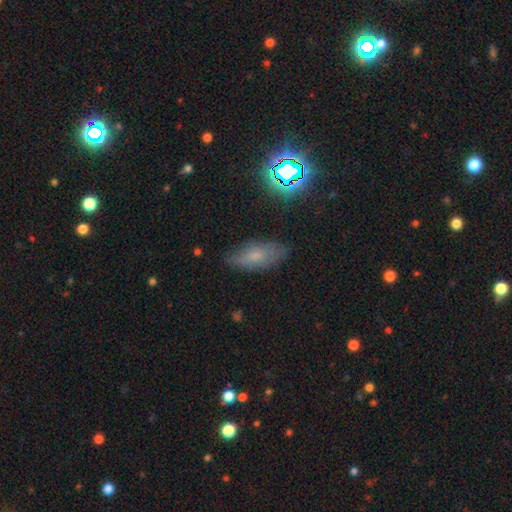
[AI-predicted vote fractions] Smooth or featured? smooth (63%)
How rounded? in between (84%)
Merging? none (75%)